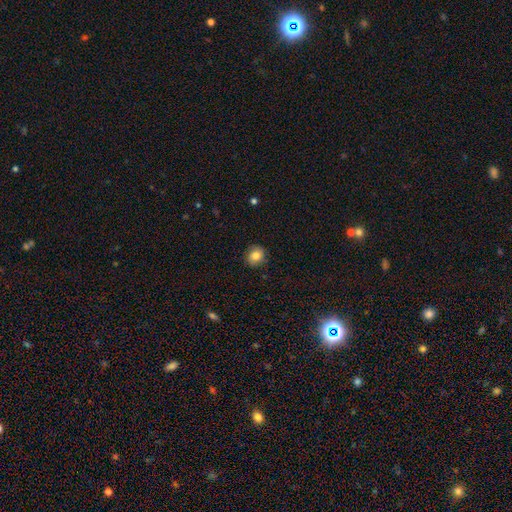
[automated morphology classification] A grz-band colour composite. It shows a smooth galaxy with no disk features (80%) that is round (79%). Merging: none (86%).